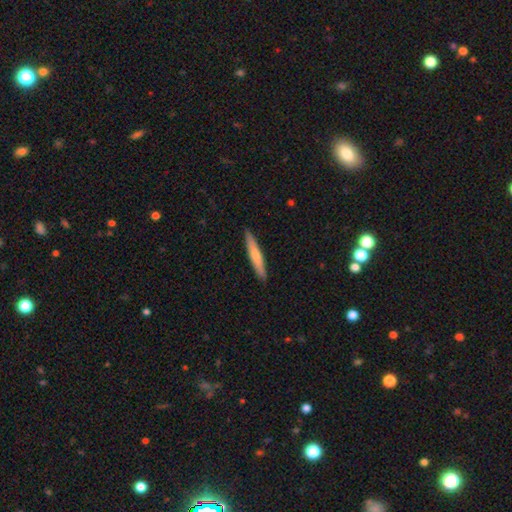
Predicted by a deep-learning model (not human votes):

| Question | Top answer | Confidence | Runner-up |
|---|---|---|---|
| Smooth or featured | smooth | 66% | featured or disk (29%) |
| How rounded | cigar-shaped | 93% | in between (5%) |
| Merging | none | 91% | minor disturbance (6%) |